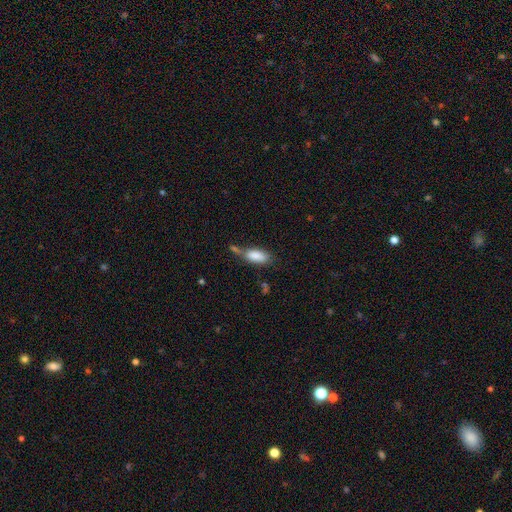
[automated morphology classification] smooth_or_featured: smooth (p=0.84) [alt: featured or disk p=0.08]
how_rounded: in between (p=0.84) [alt: cigar-shaped p=0.13]
merging: none (p=0.45) [alt: merger p=0.23]